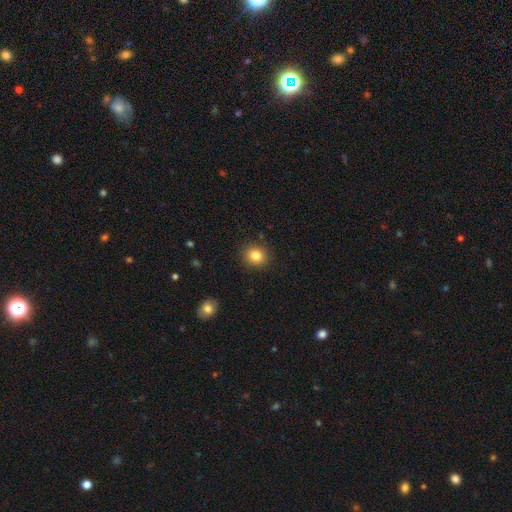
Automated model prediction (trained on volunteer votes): smooth_or_featured: smooth (p=0.84) [alt: star or artifact p=0.11]
how_rounded: round (p=0.82) [alt: in between p=0.17]
merging: none (p=0.90) [alt: minor disturbance p=0.07]